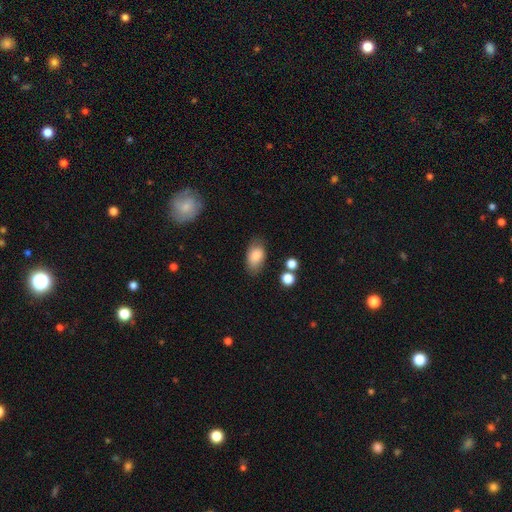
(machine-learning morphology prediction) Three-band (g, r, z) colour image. It shows a smooth galaxy with no disk features (81%) that is in between round and cigar-shaped (92%). Merging: none (73%).